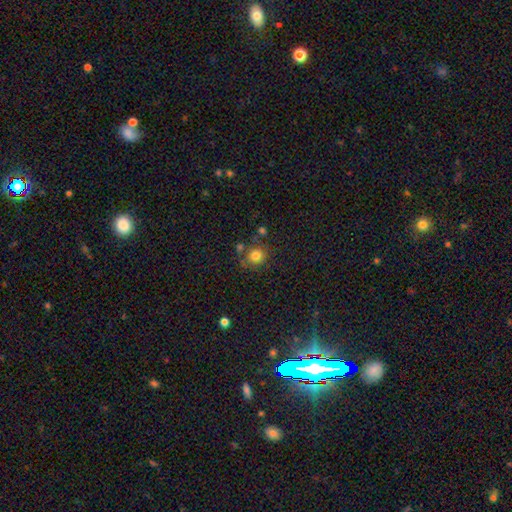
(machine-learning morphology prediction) A smooth galaxy with no disk features (80%) that is round (81%). Merging: none (72%).